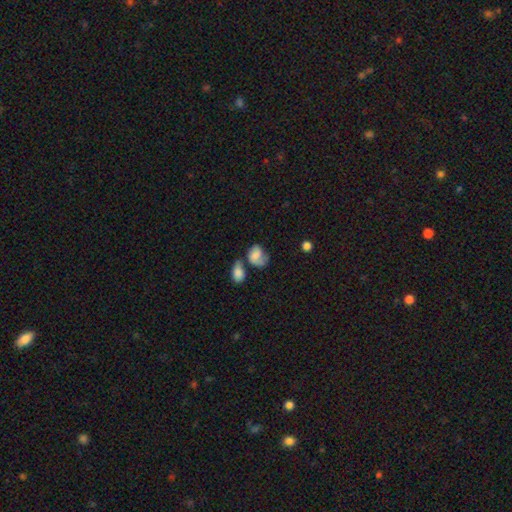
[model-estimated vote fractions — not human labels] Overall: smooth (59%; featured or disk 32%). How rounded: in between (65%; round 34%). Merging: none (32%; merger 28%).